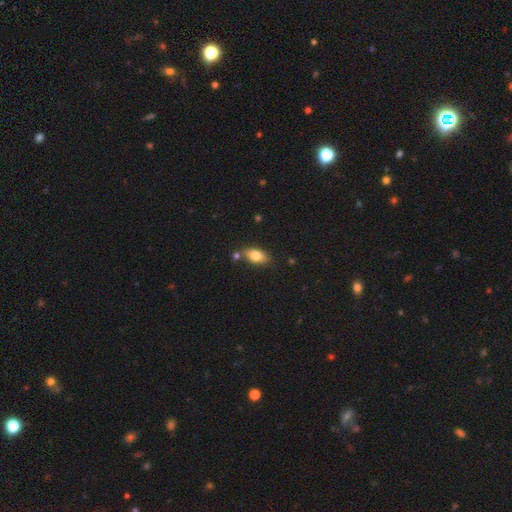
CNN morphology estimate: Overall: smooth (78%). How rounded: in between (88%). Merging: none (73%).